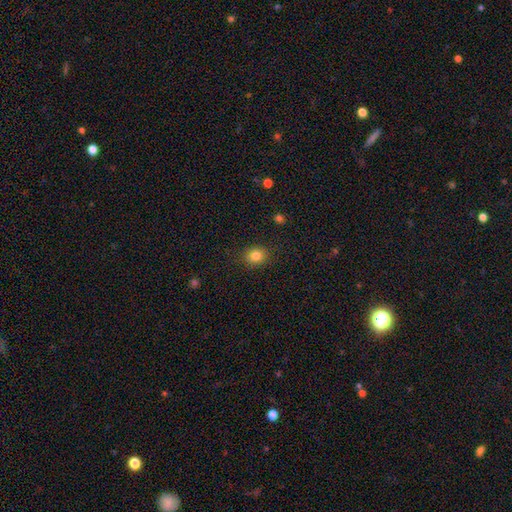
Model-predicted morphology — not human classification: Overall: smooth (83%). How rounded: round (67%; in between 32%). Merging: none (88%).